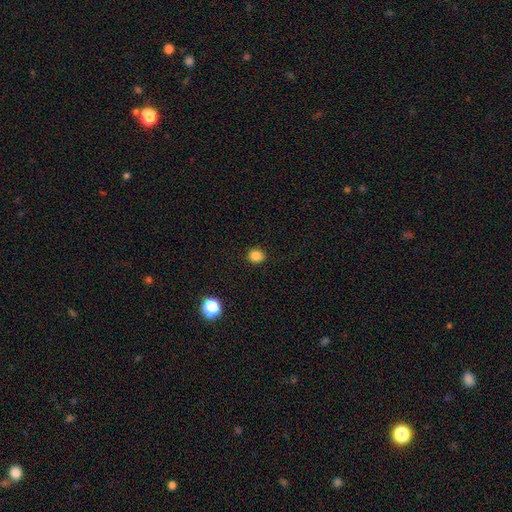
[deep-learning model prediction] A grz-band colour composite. It shows a smooth galaxy with no disk features (84%) that is round (74%). Merging: none (90%).